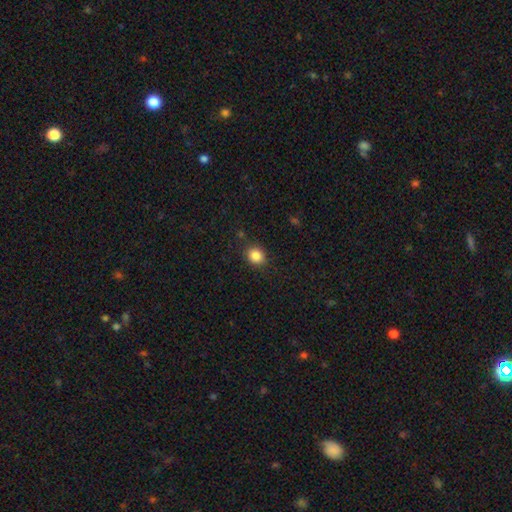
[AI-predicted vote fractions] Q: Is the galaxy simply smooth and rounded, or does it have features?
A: smooth — 85%.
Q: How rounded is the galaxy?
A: round — 63%.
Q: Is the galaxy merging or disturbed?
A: none — 86%.